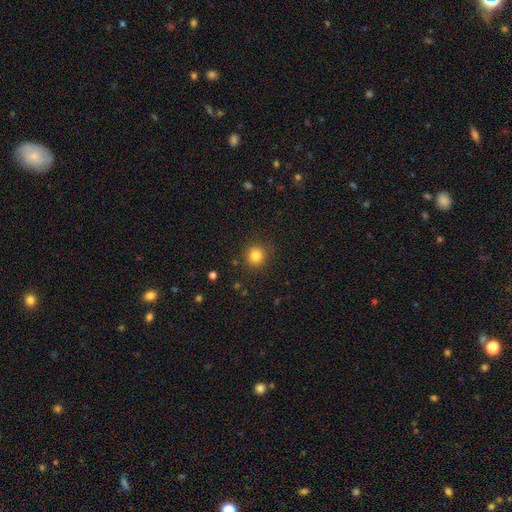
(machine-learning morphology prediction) Smooth or featured?
  - smooth: 83% *
  - star or artifact: 12%
  - featured or disk: 5%
How rounded?
  - round: 92% *
  - in between: 7%
  - cigar-shaped: 1%
Merging?
  - none: 87% *
  - minor disturbance: 8%
  - major disturbance: 3%
  - merger: 1%